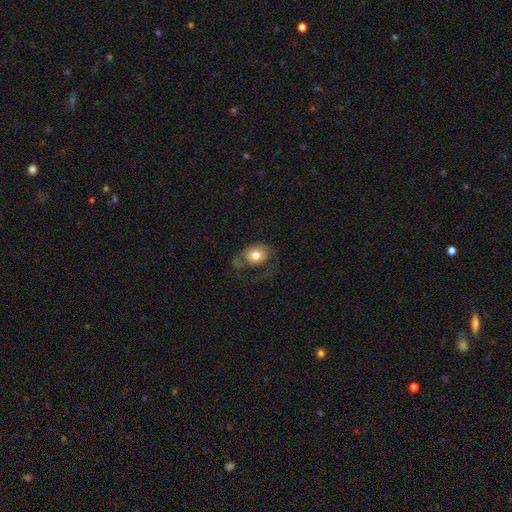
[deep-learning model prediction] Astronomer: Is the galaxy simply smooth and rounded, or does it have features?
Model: smooth — 66%.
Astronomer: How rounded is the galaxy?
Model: round — 50% (runner-up: in between, 49%).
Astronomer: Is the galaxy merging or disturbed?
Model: major disturbance — 39% (runner-up: none, 36%).